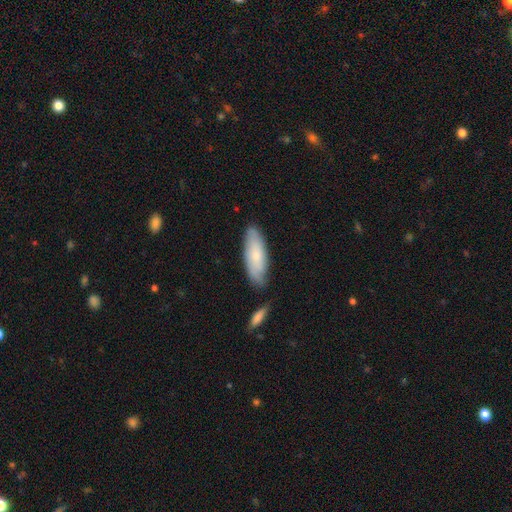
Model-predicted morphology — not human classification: Q: Smooth or featured?
A: smooth (72%); runner-up: featured or disk (23%)
Q: How rounded?
A: in between (63%); runner-up: cigar-shaped (36%)
Q: Merging?
A: none (74%); runner-up: minor disturbance (17%)